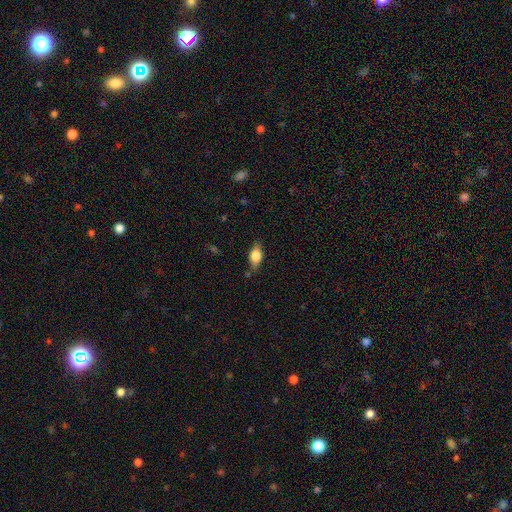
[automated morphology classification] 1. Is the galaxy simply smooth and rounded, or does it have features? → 72% smooth, 20% featured or disk, 8% star or artifact.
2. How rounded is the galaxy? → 84% in between, 10% cigar-shaped, 6% round.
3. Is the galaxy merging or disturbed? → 76% none, 18% minor disturbance, 4% major disturbance, 2% merger.